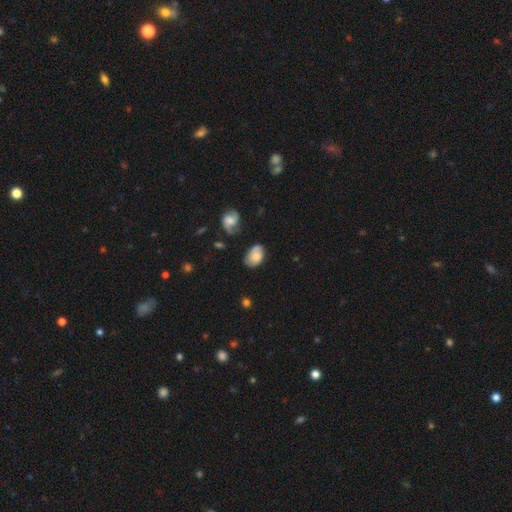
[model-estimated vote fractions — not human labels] smooth_or_featured: smooth (p=0.66) [alt: featured or disk p=0.26]
how_rounded: in between (p=0.81) [alt: round p=0.17]
merging: none (p=0.52) [alt: minor disturbance p=0.31]